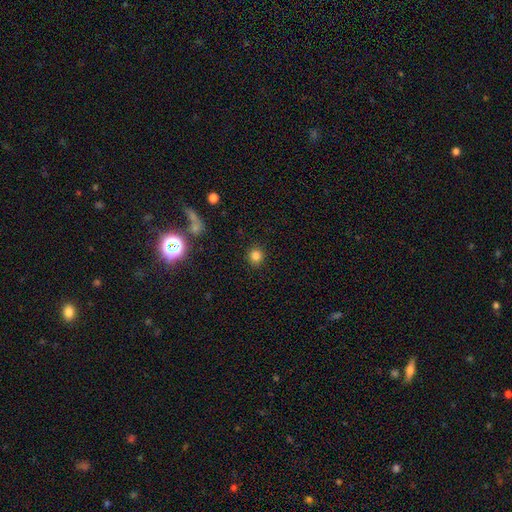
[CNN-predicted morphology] type=smooth (82%); roundness=round (90%); merging=none (91%).